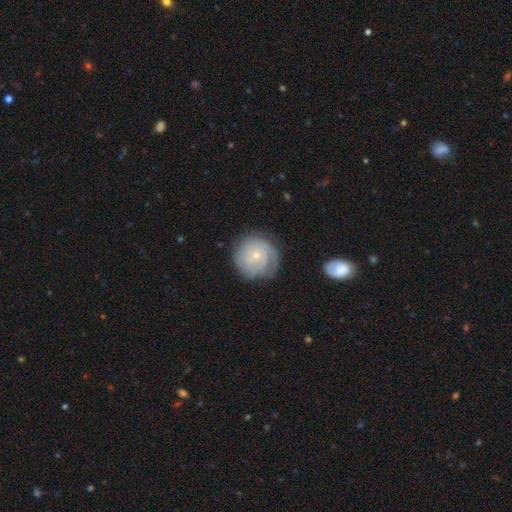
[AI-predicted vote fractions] smooth-or-featured: featured or disk: 61% | smooth: 32% | star or artifact: 7%
  disk-edge-on: no: 98% | yes: 2%
    bar: no: 82% | weak: 15% | strong: 2%
    has-spiral-arms: yes: 83% | no: 17%
    bulge-size: small: 77% | moderate: 19% | none: 2% | large: 1% | dominant: 1%
  merging: none: 70% | minor disturbance: 19% | major disturbance: 8% | merger: 2%